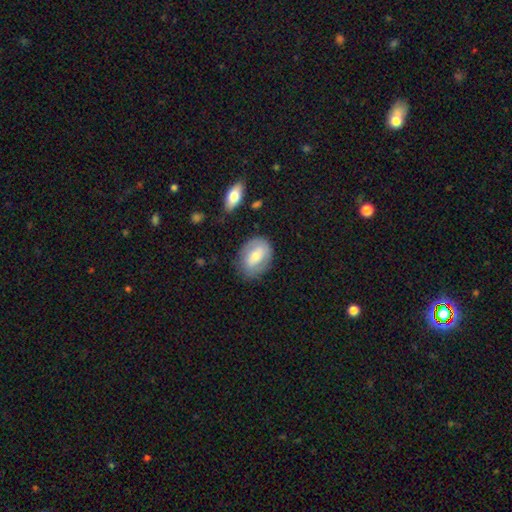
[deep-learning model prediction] smooth_or_featured: smooth (p=0.56) [alt: featured or disk p=0.37]
how_rounded: in between (p=0.72) [alt: round p=0.27]
merging: none (p=0.75) [alt: minor disturbance p=0.17]